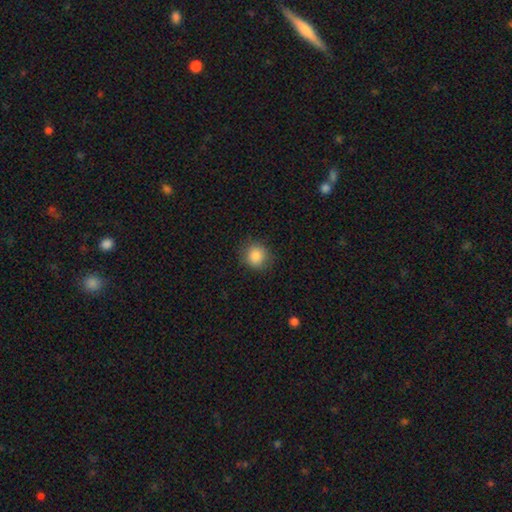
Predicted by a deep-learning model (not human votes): Smooth or featured? smooth (87%)
How rounded? round (87%)
Merging? none (85%)